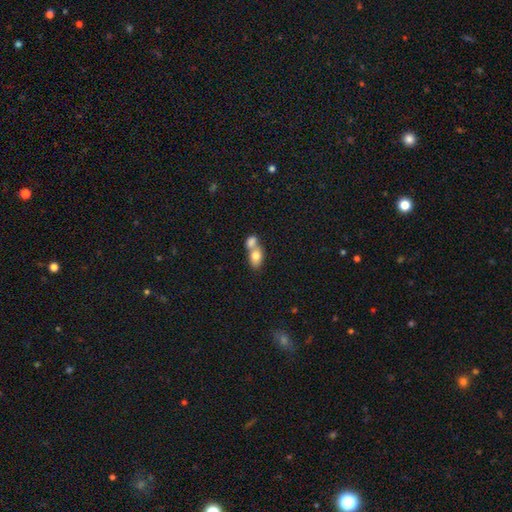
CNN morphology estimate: type=smooth (77%); roundness=in between (80%); merging=merger (68%).